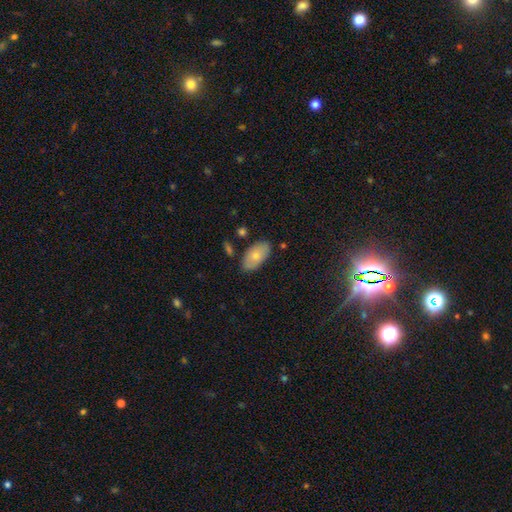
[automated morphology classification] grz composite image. It shows a smooth galaxy with no disk features (76%) that is in between round and cigar-shaped (95%). Merging: none (81%).